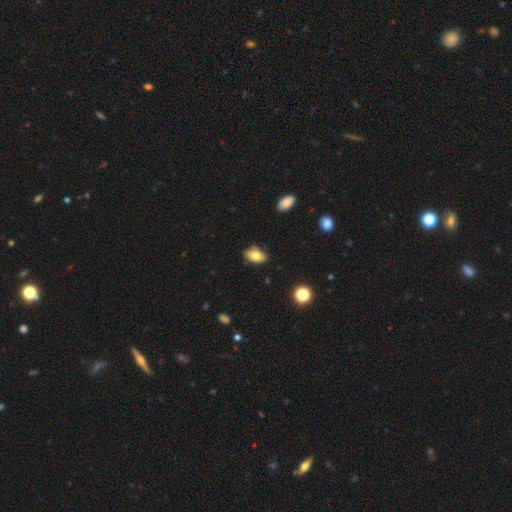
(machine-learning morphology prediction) smooth-or-featured: smooth: 79% | featured or disk: 12% | star or artifact: 9%
  how-rounded: in between: 88% | round: 11% | cigar-shaped: 2%
  merging: none: 79% | minor disturbance: 17% | major disturbance: 3% | merger: 1%